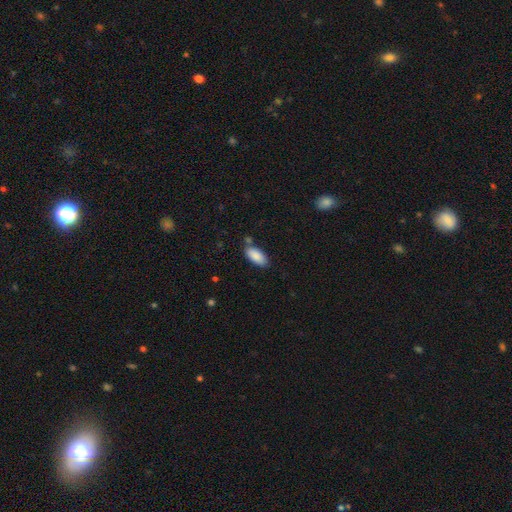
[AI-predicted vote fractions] A smooth galaxy with no disk features (89%) that is in between round and cigar-shaped (91%).

Vote fractions:
- Smooth or featured? smooth: 89% / star or artifact: 6% / featured or disk: 5%
- How rounded? in between: 91% / cigar-shaped: 7% / round: 2%
- Merging? none: 77% / minor disturbance: 14% / merger: 7% / major disturbance: 3%